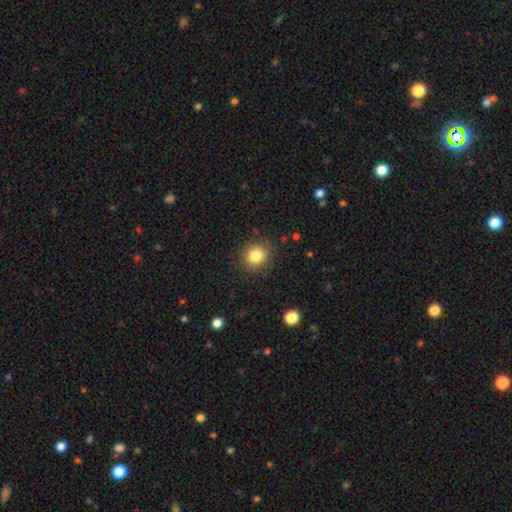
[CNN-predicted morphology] type=smooth (83%); roundness=round (74%); merging=none (87%).